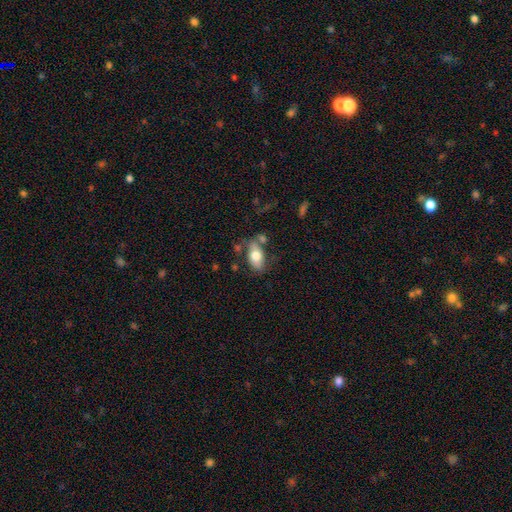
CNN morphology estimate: type=smooth (73%); roundness=in between (91%); merging=none (63%).